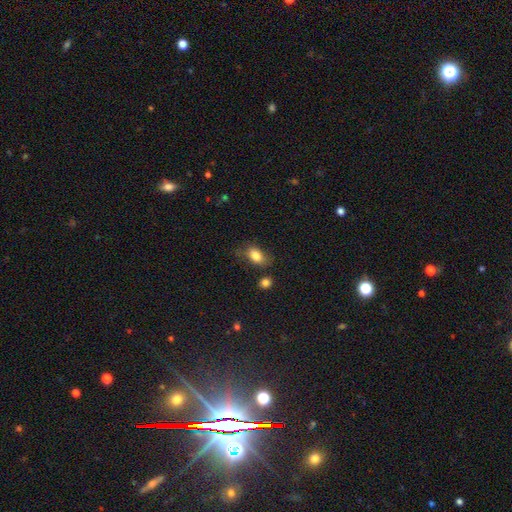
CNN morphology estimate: Smooth or featured? Predicted: smooth (p=0.83). How rounded? Predicted: in between (p=0.84). Merging? Predicted: none (p=0.67).